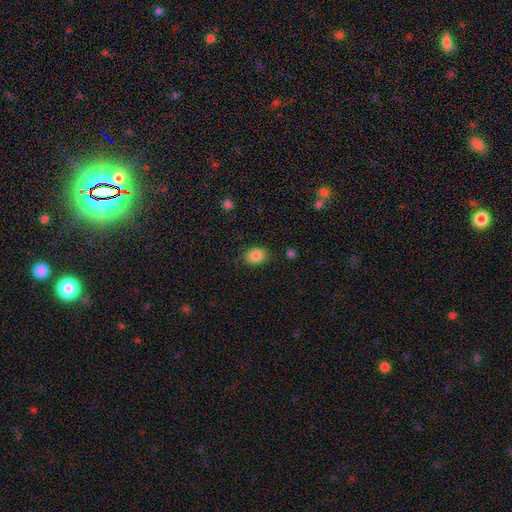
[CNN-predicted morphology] Smooth or featured? Predicted: smooth (p=0.86). How rounded? Predicted: in between (p=0.70). Merging? Predicted: none (p=0.83).